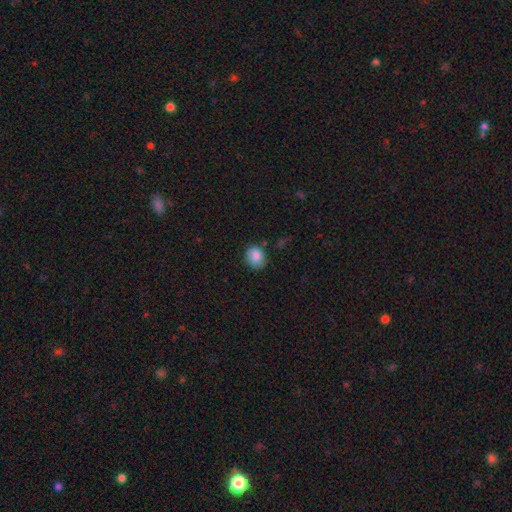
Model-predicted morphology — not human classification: smooth 84%, star or artifact 8%, featured or disk 7%. Down the decision tree: how rounded — round (70%); merging — none (72%).